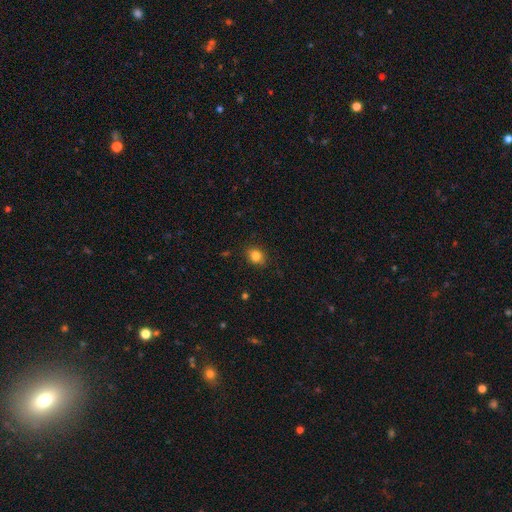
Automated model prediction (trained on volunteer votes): smooth 83%, star or artifact 12%, featured or disk 6%. Down the decision tree: how rounded — round (62%); merging — none (81%).